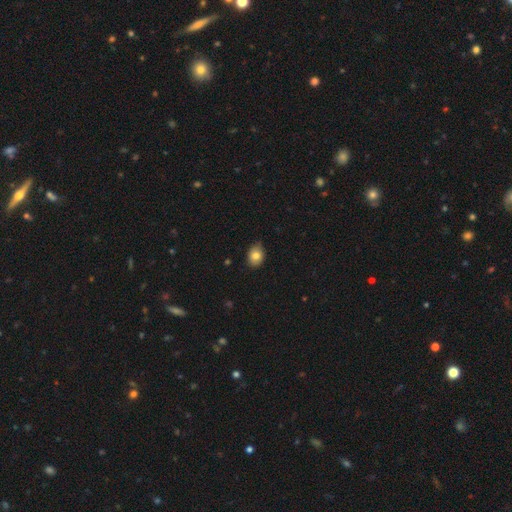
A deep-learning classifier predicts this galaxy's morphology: Overall: smooth (81%). How rounded: in between (69%; round 30%). Merging: none (75%).